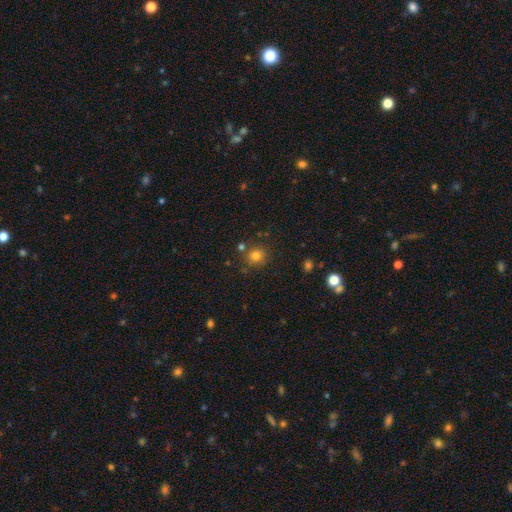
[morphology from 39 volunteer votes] type=smooth (87%); roundness=round (88%); merging=none (91%).